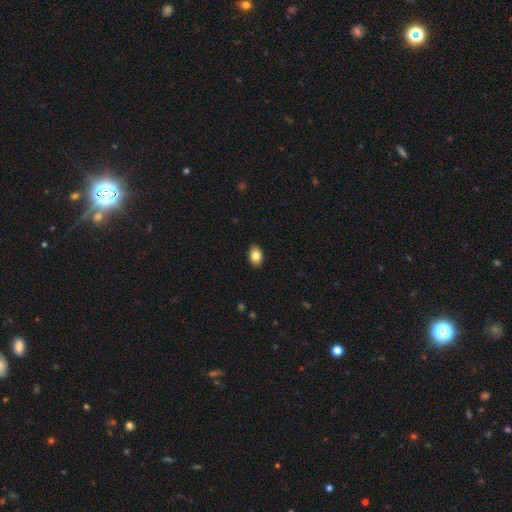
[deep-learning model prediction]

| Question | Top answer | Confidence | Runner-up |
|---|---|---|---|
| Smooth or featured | smooth | 83% | featured or disk (9%) |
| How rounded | in between | 85% | round (14%) |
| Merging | none | 90% | minor disturbance (8%) |